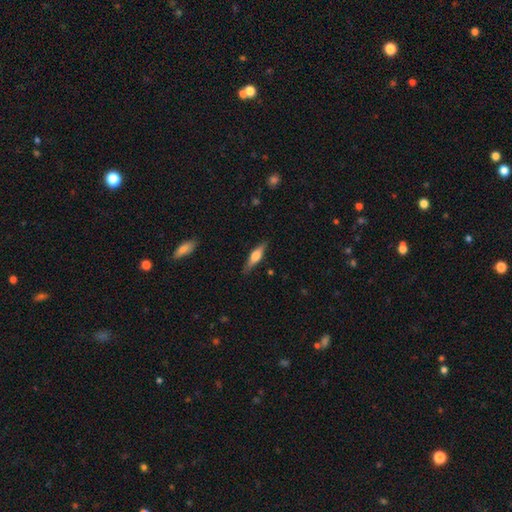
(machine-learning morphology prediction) type=featured or disk (51%); edge-on=yes (94%); merging=none (86%).